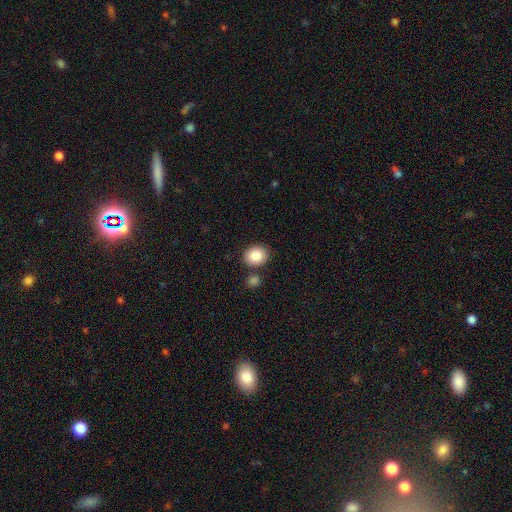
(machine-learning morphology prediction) This is clearly a smooth galaxy (87%). How rounded: likely round (61%). Merging: likely none (79%).